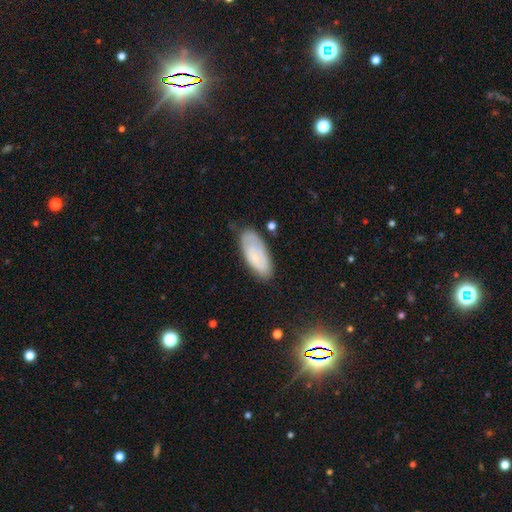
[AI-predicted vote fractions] smooth 61%, featured or disk 31%, star or artifact 8%. Down the decision tree: how rounded — in between (83%); merging — none (71%).